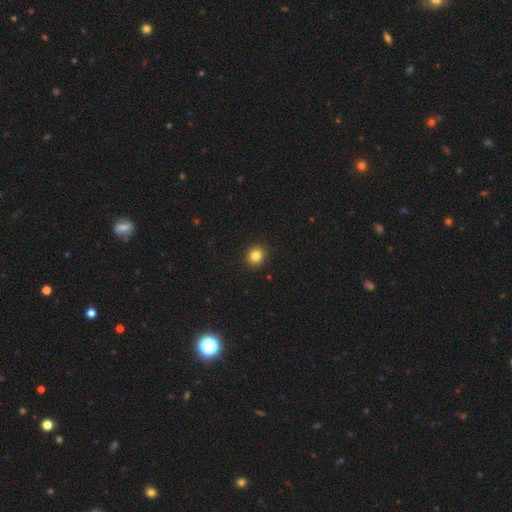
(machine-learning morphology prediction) smooth_or_featured: smooth (p=0.83) [alt: star or artifact p=0.11]
how_rounded: round (p=0.78) [alt: in between p=0.21]
merging: none (p=0.92) [alt: minor disturbance p=0.05]